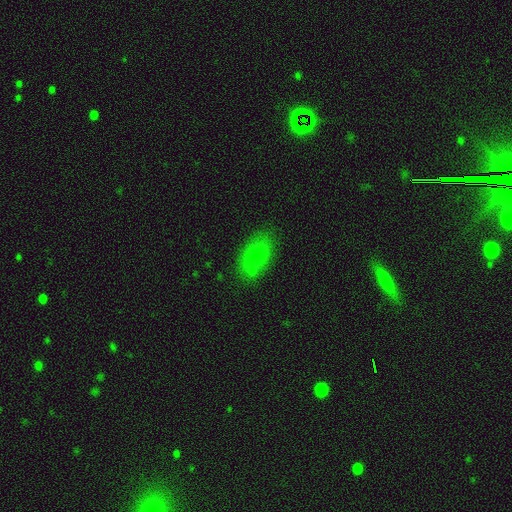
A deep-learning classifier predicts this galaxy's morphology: smooth_or_featured: smooth (p=0.71) [alt: featured or disk p=0.19]
how_rounded: in between (p=0.84) [alt: round p=0.12]
merging: none (p=0.67) [alt: minor disturbance p=0.16]